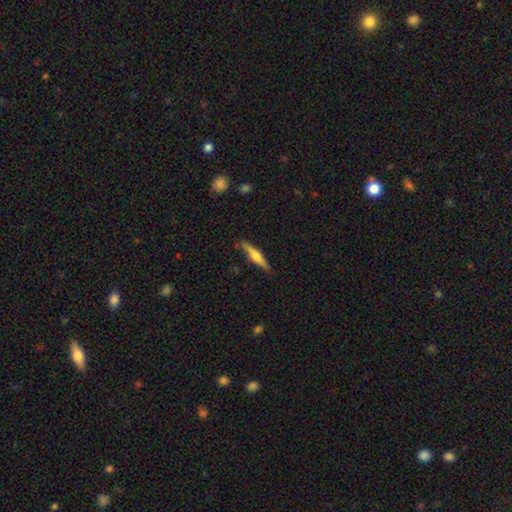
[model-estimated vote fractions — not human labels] This is possibly a featured or disk galaxy (54%). It is clearly viewed edge-on (96%). Edge-on bulge: clearly rounded (85%). Merging: clearly none (81%).